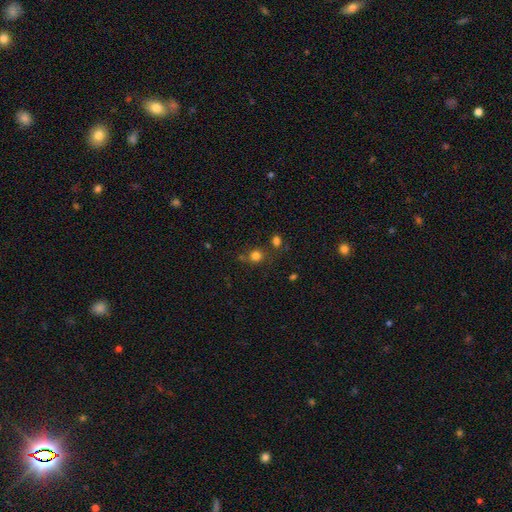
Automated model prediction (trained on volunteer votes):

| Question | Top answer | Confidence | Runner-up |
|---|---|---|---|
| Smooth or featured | smooth | 78% | star or artifact (16%) |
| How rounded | round | 85% | in between (14%) |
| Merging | none | 71% | merger (12%) |